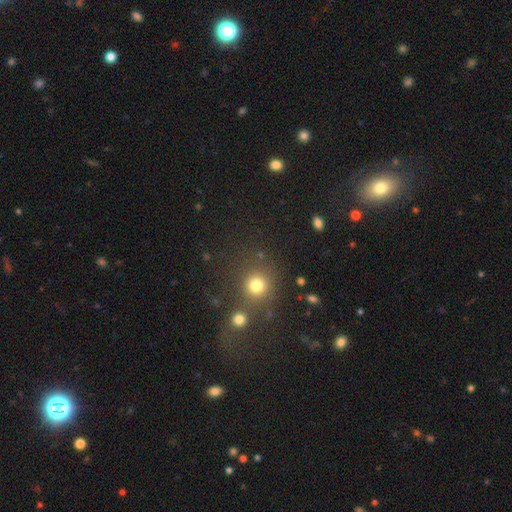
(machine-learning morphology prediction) smooth_or_featured: smooth (p=0.58) [alt: star or artifact p=0.33]
how_rounded: round (p=0.84) [alt: in between p=0.14]
merging: none (p=0.60) [alt: merger p=0.23]